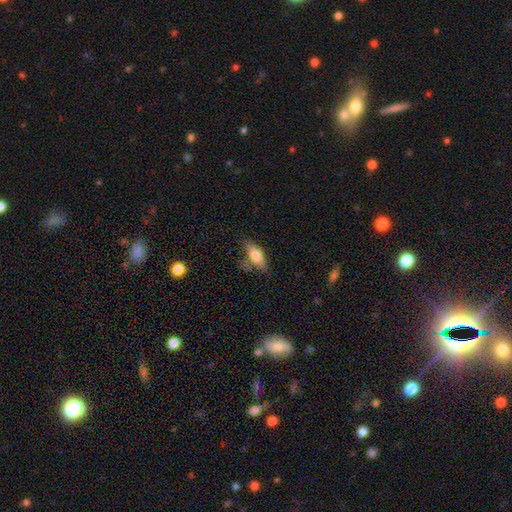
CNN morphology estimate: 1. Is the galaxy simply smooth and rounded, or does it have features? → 69% smooth, 24% featured or disk, 7% star or artifact.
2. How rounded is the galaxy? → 72% in between, 25% cigar-shaped, 4% round.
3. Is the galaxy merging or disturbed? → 57% none, 26% minor disturbance, 9% major disturbance, 7% merger.